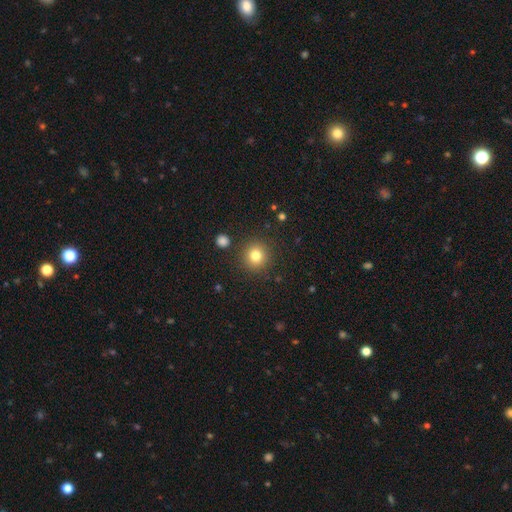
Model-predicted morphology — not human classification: smooth_or_featured: smooth (p=0.80) [alt: star or artifact p=0.12]
how_rounded: round (p=0.92) [alt: in between p=0.07]
merging: none (p=0.89) [alt: minor disturbance p=0.06]